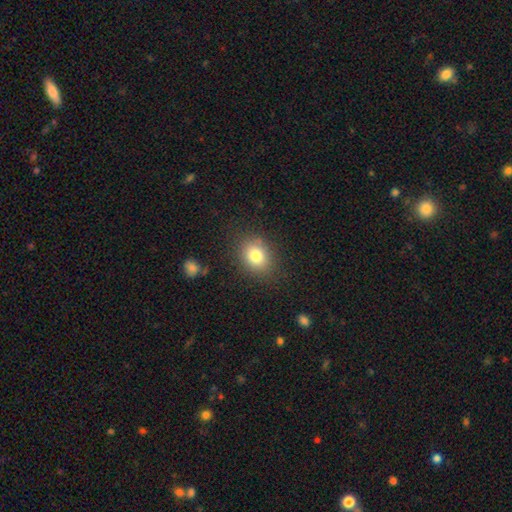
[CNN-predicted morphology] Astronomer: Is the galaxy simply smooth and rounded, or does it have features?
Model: smooth — 79%.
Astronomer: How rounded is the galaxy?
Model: round — 51% (runner-up: in between, 48%).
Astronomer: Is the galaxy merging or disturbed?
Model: none — 82%.